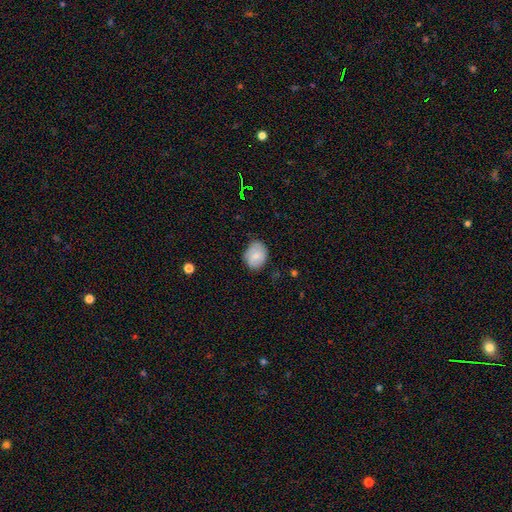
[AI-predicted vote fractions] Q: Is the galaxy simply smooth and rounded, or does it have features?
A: smooth — 69%.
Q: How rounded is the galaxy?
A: in between — 53%.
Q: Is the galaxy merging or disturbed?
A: none — 72%.